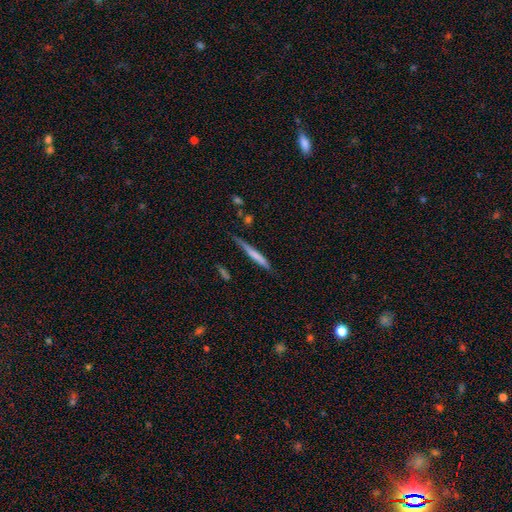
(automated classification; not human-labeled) This is likely a smooth galaxy (63%). How rounded: clearly cigar-shaped (95%). Merging: likely none (70%).